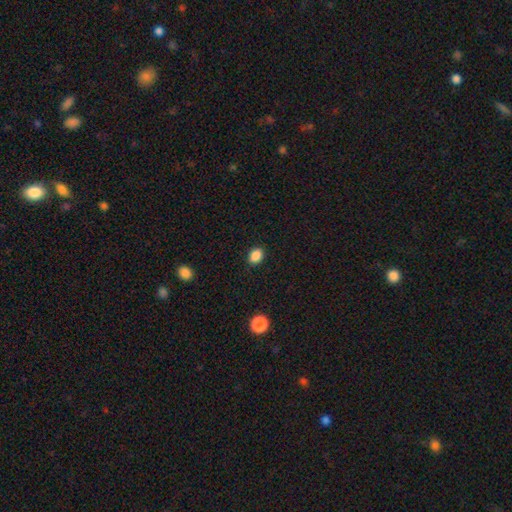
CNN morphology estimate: A smooth galaxy with no disk features (87%) that is in between round and cigar-shaped (58%).

Vote fractions:
- Smooth or featured? smooth: 87% / star or artifact: 10% / featured or disk: 3%
- How rounded? in between: 58% / round: 41% / cigar-shaped: 1%
- Merging? none: 89% / minor disturbance: 8% / major disturbance: 2% / merger: 1%